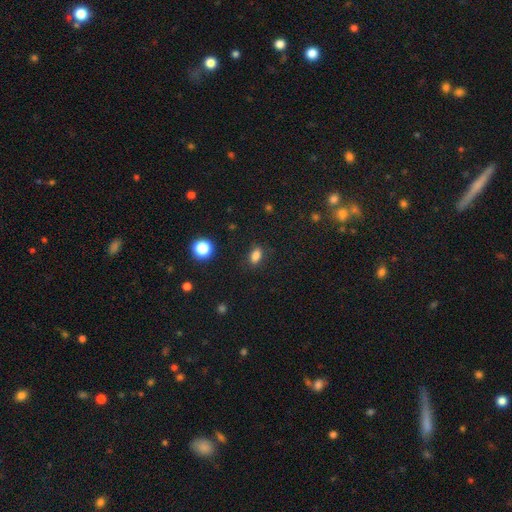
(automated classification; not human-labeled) This is clearly a smooth galaxy (83%). How rounded: clearly in between (82%). Merging: clearly none (83%).